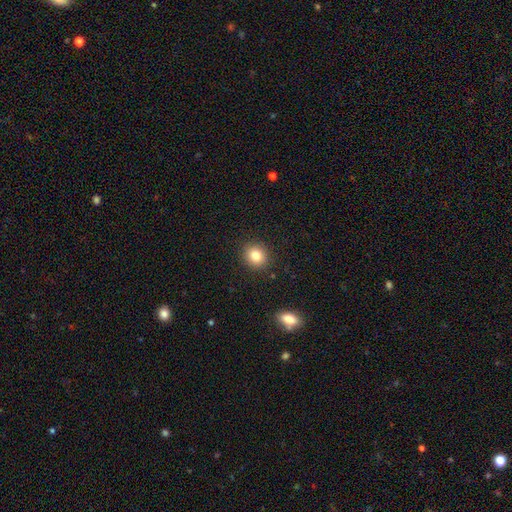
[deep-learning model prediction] The model was most divided on "how rounded": round: 82%, in between: 17%, cigar-shaped: 1%. More confident: merging — none (90%); smooth or featured — smooth (82%).